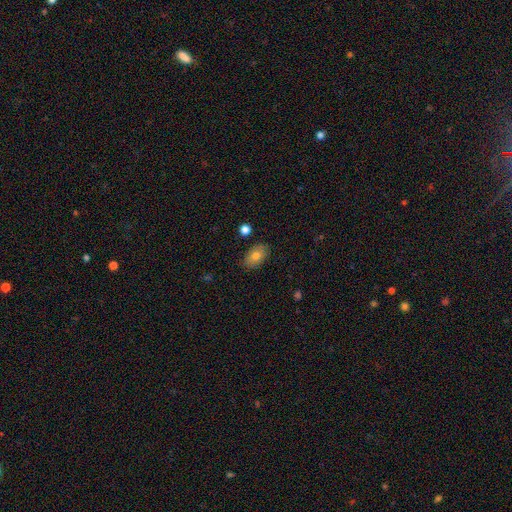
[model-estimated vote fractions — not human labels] A smooth galaxy with no disk features (77%) that is in between round and cigar-shaped (90%).

Vote fractions:
- Smooth or featured? smooth: 77% / featured or disk: 15% / star or artifact: 8%
- How rounded? in between: 90% / round: 8% / cigar-shaped: 1%
- Merging? none: 85% / minor disturbance: 11% / major disturbance: 2% / merger: 2%